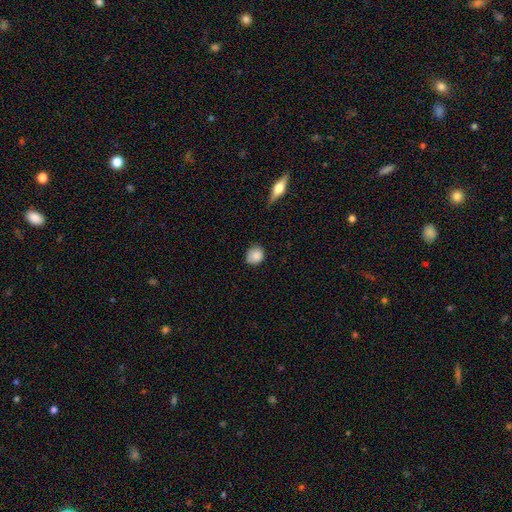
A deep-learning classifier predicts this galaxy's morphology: smooth-or-featured: smooth: 86% | star or artifact: 8% | featured or disk: 6%
  how-rounded: round: 75% | in between: 23% | cigar-shaped: 1%
  merging: none: 76% | minor disturbance: 19% | major disturbance: 3% | merger: 1%